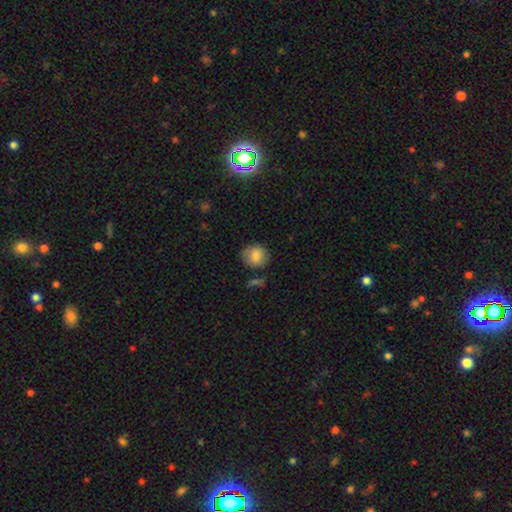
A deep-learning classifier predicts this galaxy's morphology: Q: Smooth or featured?
A: smooth (81%); runner-up: featured or disk (11%)
Q: How rounded?
A: round (81%); runner-up: in between (18%)
Q: Merging?
A: none (79%); runner-up: minor disturbance (14%)